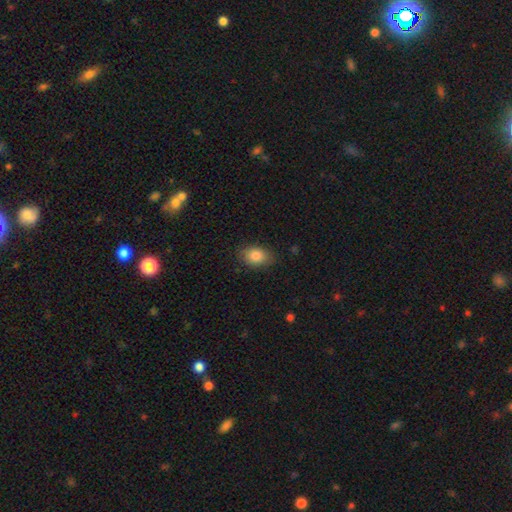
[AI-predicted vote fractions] smooth 84%, star or artifact 8%, featured or disk 8%. Down the decision tree: how rounded — in between (77%); merging — none (82%).